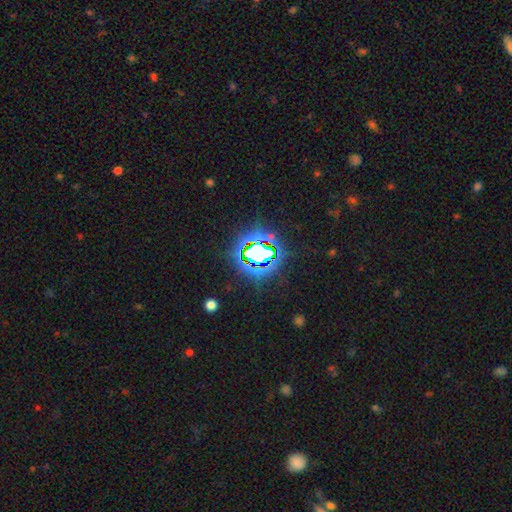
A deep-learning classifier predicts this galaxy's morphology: smooth_or_featured: star or artifact (p=0.74) [alt: smooth p=0.15]